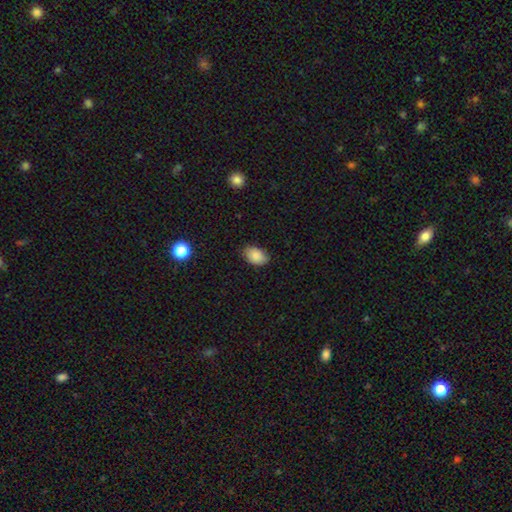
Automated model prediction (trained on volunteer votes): A smooth galaxy with no disk features (87%) that is in between round and cigar-shaped (89%). Merging: none (83%).